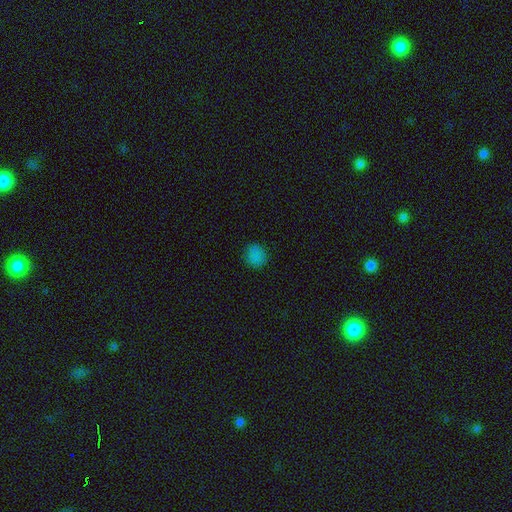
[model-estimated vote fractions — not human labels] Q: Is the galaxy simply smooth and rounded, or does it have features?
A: smooth — 81%.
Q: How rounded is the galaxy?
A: round — 84%.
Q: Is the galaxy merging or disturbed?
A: none — 88%.